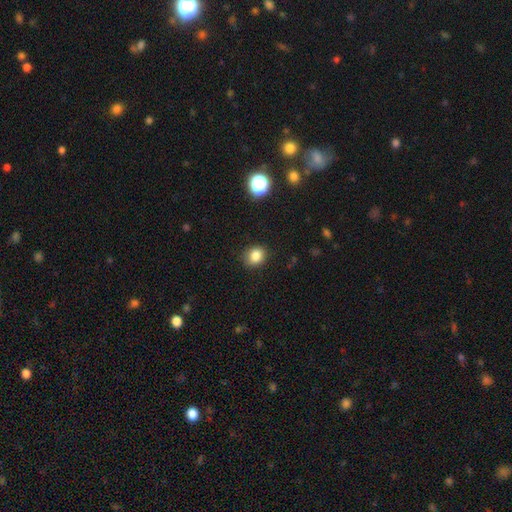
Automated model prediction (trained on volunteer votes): smooth_or_featured: smooth (p=0.84) [alt: star or artifact p=0.12]
how_rounded: round (p=0.65) [alt: in between p=0.34]
merging: none (p=0.85) [alt: minor disturbance p=0.11]